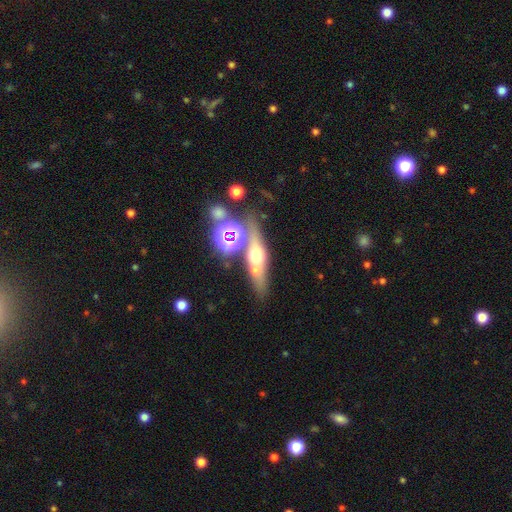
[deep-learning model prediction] smooth_or_featured: featured or disk (p=0.46) [alt: smooth p=0.35]
merging: none (p=0.62) [alt: merger p=0.21]